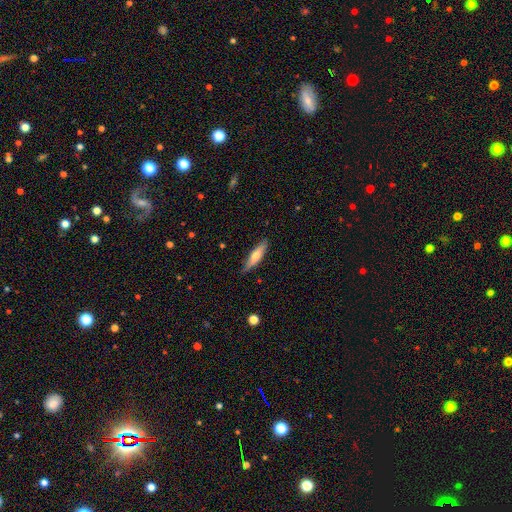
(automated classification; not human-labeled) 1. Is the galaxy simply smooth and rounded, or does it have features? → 59% smooth, 35% featured or disk, 6% star or artifact.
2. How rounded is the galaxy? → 72% cigar-shaped, 26% in between, 2% round.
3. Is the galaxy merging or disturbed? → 83% none, 14% minor disturbance, 2% major disturbance, 1% merger.